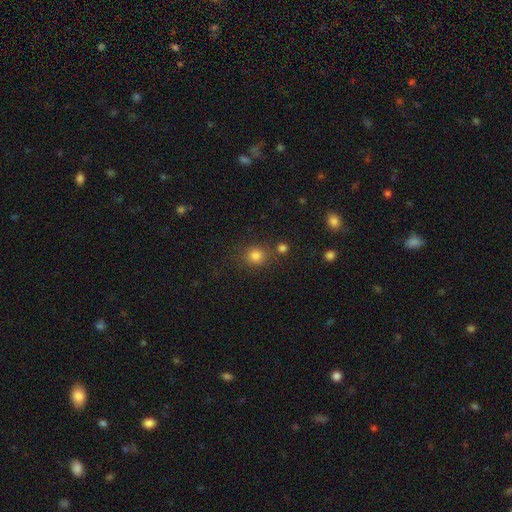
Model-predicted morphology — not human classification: This is clearly a smooth galaxy (81%). How rounded: clearly round (85%). Merging: likely none (74%).